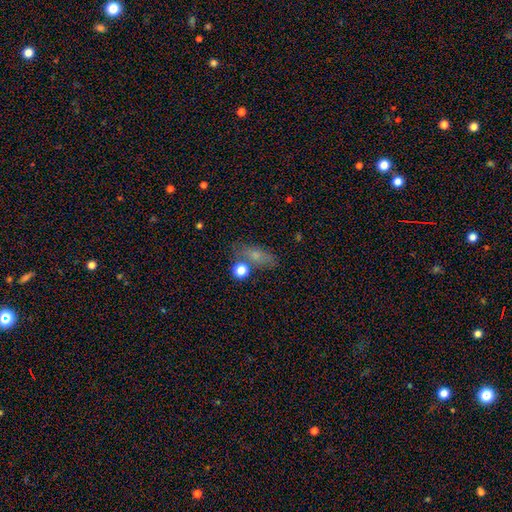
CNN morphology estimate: Smooth or featured?
  - smooth: 65% *
  - featured or disk: 19%
  - star or artifact: 16%
How rounded?
  - in between: 65% *
  - round: 17%
  - cigar-shaped: 17%
Merging?
  - none: 59% *
  - minor disturbance: 18%
  - merger: 14%
  - major disturbance: 9%